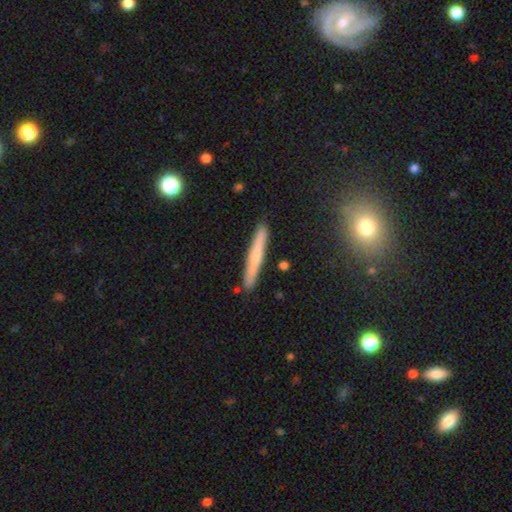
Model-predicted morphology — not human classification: This appears to be a smooth galaxy with no disk features (53%) that is cigar-shaped (95%). Merging: none (89%).